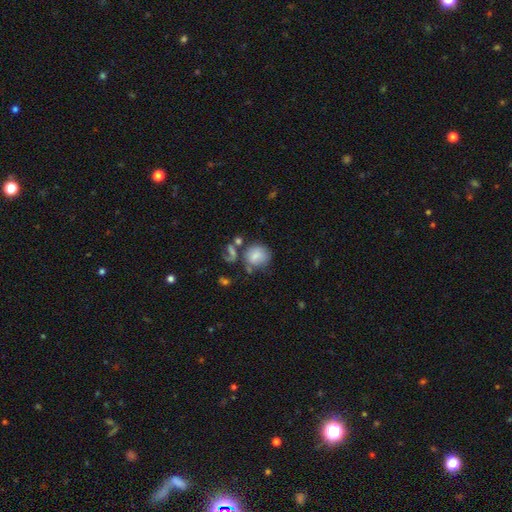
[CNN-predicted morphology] Smooth or featured: smooth — 72% (featured or disk — 18%)
How rounded: round — 76% (in between — 23%)
Merging: none — 47% (minor disturbance — 20%)